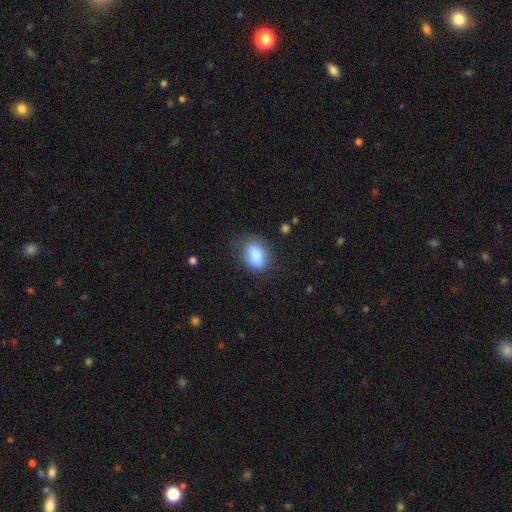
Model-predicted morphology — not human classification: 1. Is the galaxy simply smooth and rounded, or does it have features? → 87% smooth, 7% star or artifact, 6% featured or disk.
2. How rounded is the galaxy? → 78% in between, 20% round, 1% cigar-shaped.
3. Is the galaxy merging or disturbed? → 74% none, 18% minor disturbance, 6% major disturbance, 2% merger.